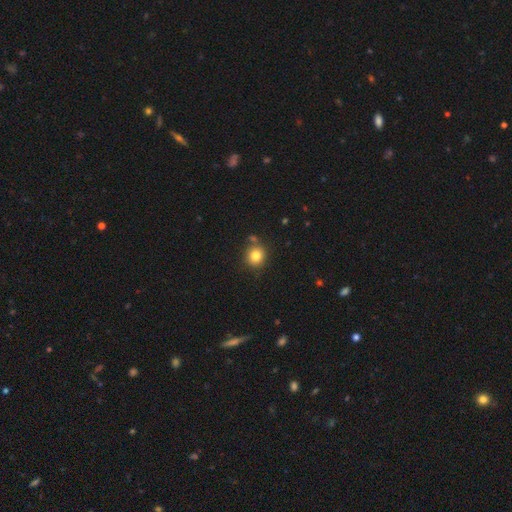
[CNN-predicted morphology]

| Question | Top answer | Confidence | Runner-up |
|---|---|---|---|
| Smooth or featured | smooth | 82% | star or artifact (11%) |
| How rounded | round | 87% | in between (13%) |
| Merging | none | 77% | minor disturbance (11%) |